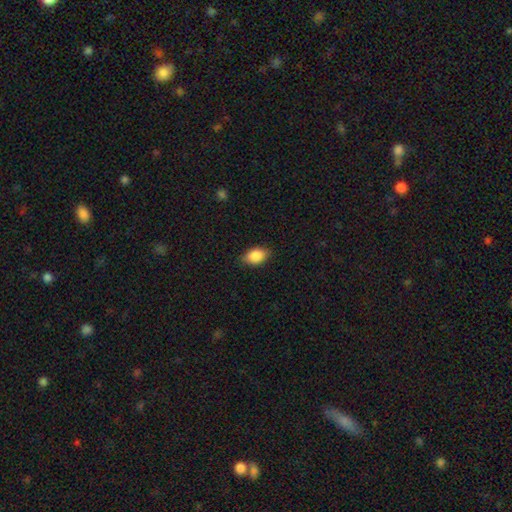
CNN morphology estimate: A smooth galaxy with no disk features (87%) that is in between round and cigar-shaped (85%).

Vote fractions:
- Smooth or featured? smooth: 87% / star or artifact: 8% / featured or disk: 6%
- How rounded? in between: 85% / round: 13% / cigar-shaped: 2%
- Merging? none: 83% / minor disturbance: 14% / major disturbance: 3% / merger: 1%